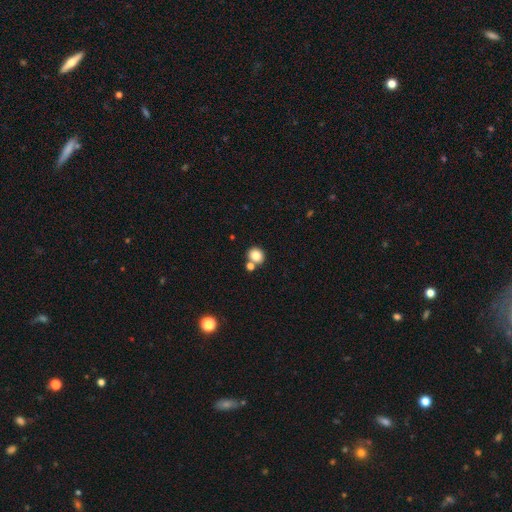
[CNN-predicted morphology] Smooth or featured: smooth — 82% (star or artifact — 10%)
How rounded: round — 75% (in between — 24%)
Merging: none — 65% (merger — 24%)